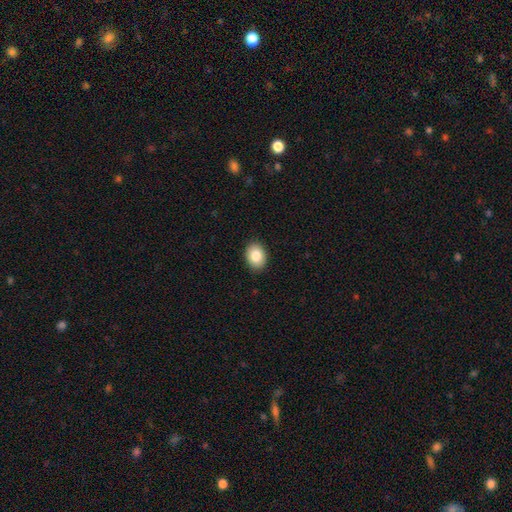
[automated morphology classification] This is clearly a smooth galaxy (85%). How rounded: likely in between (70%). Merging: clearly none (90%).